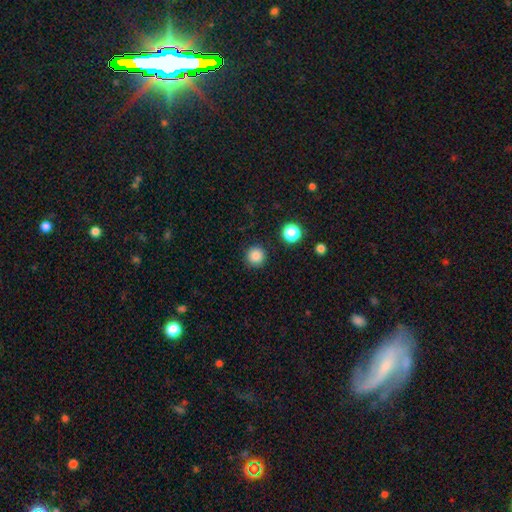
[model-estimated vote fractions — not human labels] A smooth galaxy with no disk features (86%) that is round (95%). Merging: none (90%).